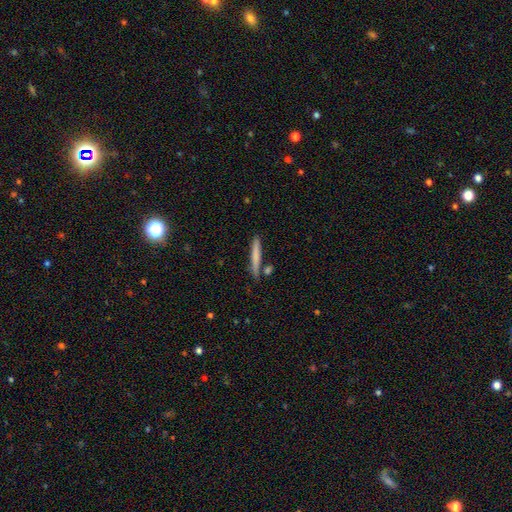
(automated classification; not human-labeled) Smooth or featured: smooth — 71% (featured or disk — 24%)
How rounded: cigar-shaped — 95% (in between — 4%)
Merging: none — 81% (minor disturbance — 11%)